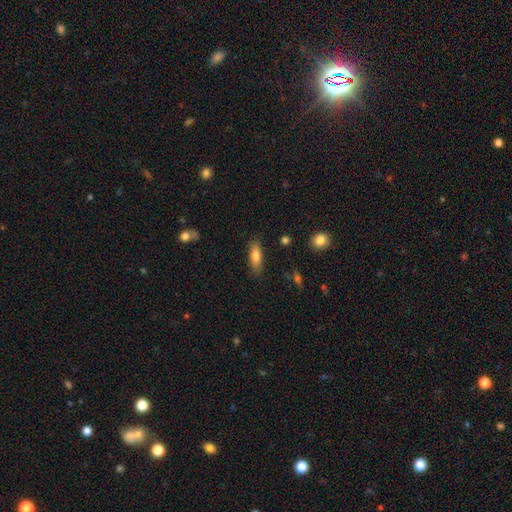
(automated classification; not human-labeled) Smooth or featured? smooth (78%)
How rounded? in between (58%)
Merging? none (83%)